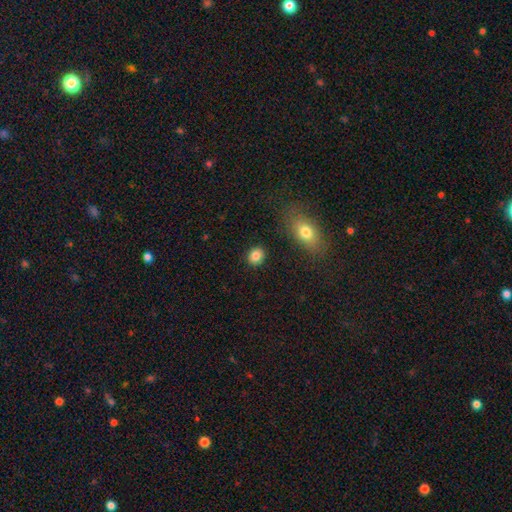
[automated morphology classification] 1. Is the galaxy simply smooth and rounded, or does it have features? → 84% smooth, 10% star or artifact, 6% featured or disk.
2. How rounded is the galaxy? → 61% round, 38% in between, 1% cigar-shaped.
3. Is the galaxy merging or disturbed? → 88% none, 7% minor disturbance, 2% major disturbance, 2% merger.